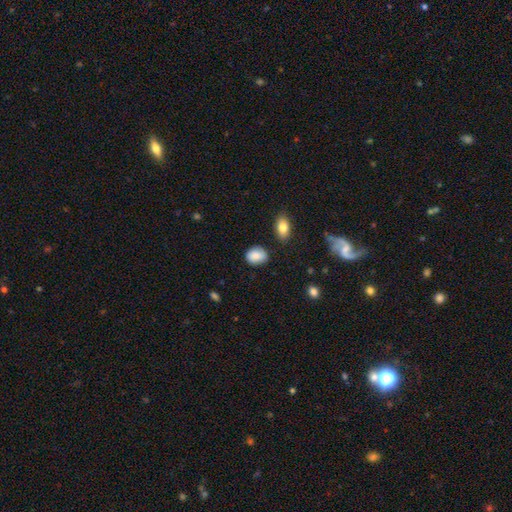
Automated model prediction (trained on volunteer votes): A smooth galaxy with no disk features (86%) that is in between round and cigar-shaped (60%).

Vote fractions:
- Smooth or featured? smooth: 86% / star or artifact: 7% / featured or disk: 6%
- How rounded? in between: 60% / round: 39% / cigar-shaped: 1%
- Merging? none: 78% / minor disturbance: 17% / major disturbance: 3% / merger: 3%